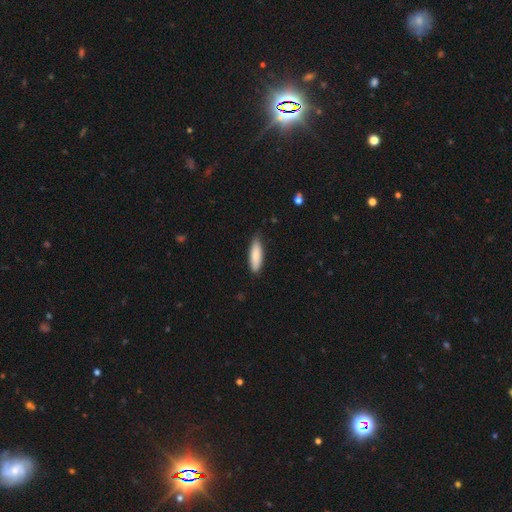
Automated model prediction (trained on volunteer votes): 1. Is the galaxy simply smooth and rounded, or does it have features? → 84% smooth, 11% featured or disk, 6% star or artifact.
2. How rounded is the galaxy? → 50% in between, 49% cigar-shaped, 2% round.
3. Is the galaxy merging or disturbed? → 81% none, 16% minor disturbance, 2% major disturbance, 1% merger.